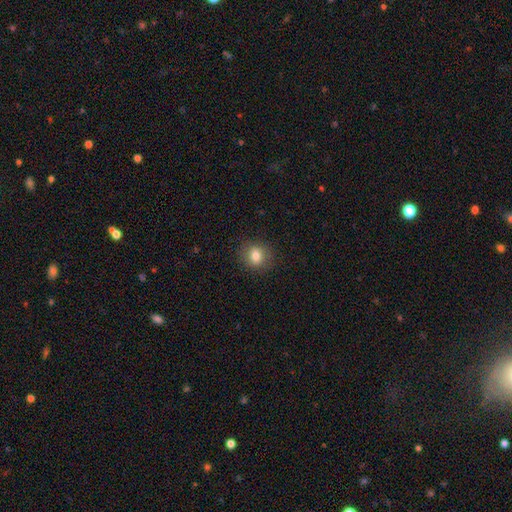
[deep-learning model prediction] Smooth or featured: smooth — 80% (star or artifact — 11%)
How rounded: round — 73% (in between — 26%)
Merging: none — 87% (minor disturbance — 9%)